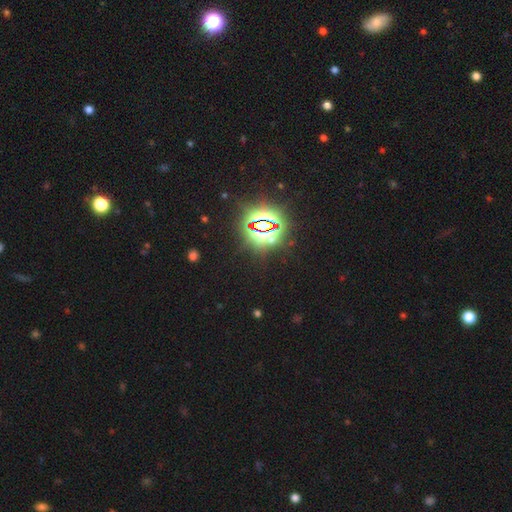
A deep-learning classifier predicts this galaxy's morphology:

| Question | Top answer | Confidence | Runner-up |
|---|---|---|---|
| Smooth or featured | star or artifact | 85% | smooth (9%) |